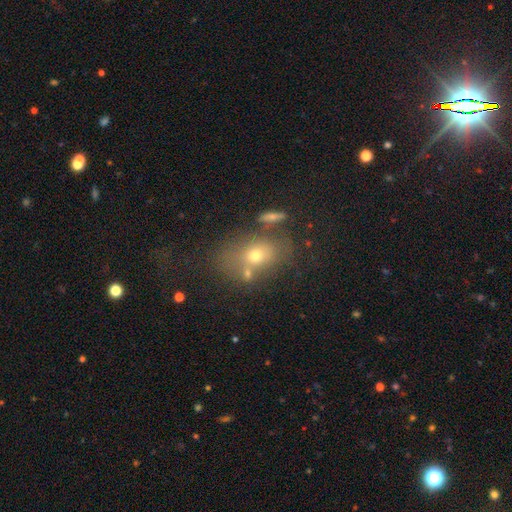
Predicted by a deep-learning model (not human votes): smooth_or_featured: smooth (p=0.64) [alt: featured or disk p=0.21]
how_rounded: in between (p=0.64) [alt: round p=0.34]
merging: none (p=0.52) [alt: merger p=0.21]